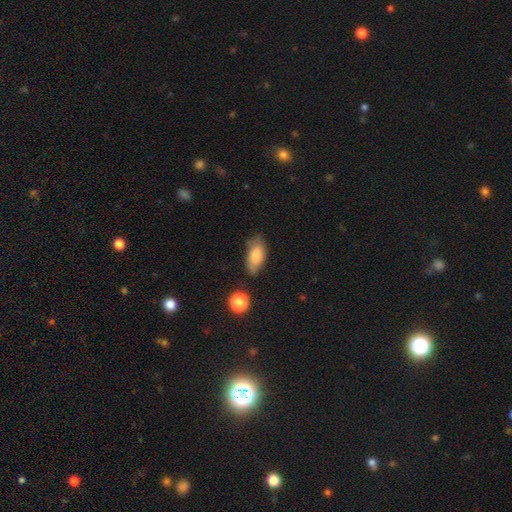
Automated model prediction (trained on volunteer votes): smooth-or-featured: smooth: 82% | featured or disk: 11% | star or artifact: 8%
  how-rounded: in between: 90% | cigar-shaped: 7% | round: 4%
  merging: none: 61% | minor disturbance: 28% | major disturbance: 7% | merger: 4%